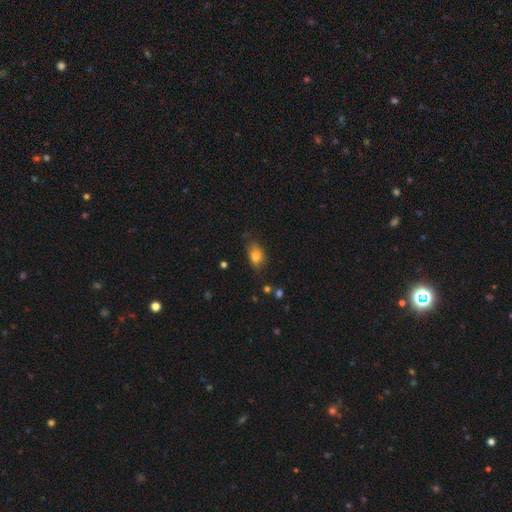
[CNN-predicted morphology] smooth-or-featured: smooth: 82% | star or artifact: 9% | featured or disk: 9%
  how-rounded: in between: 81% | round: 17% | cigar-shaped: 2%
  merging: none: 63% | minor disturbance: 27% | major disturbance: 7% | merger: 3%